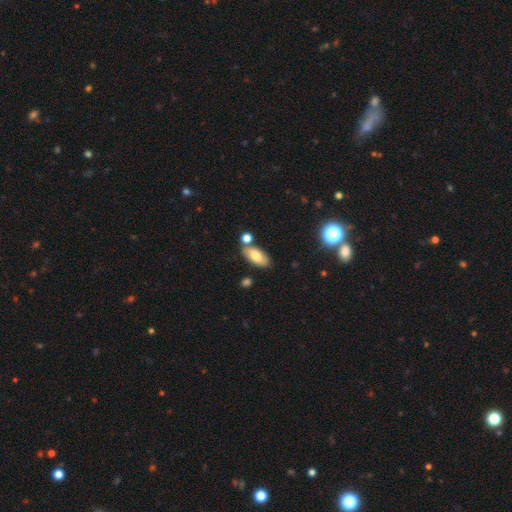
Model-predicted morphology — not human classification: type=smooth (77%); roundness=in between (88%); merging=none (72%).